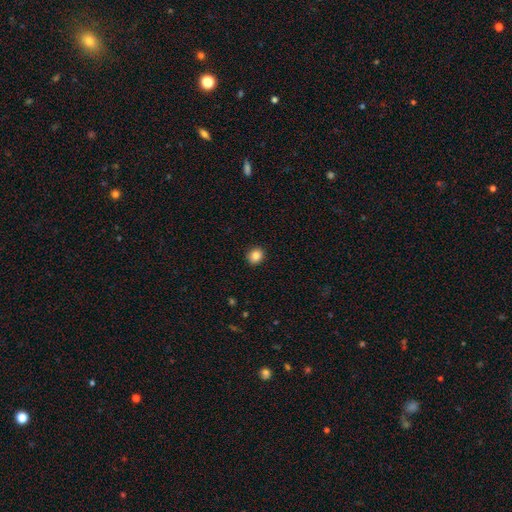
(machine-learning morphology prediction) smooth 86%, star or artifact 10%, featured or disk 4%. Down the decision tree: how rounded — round (76%); merging — none (91%).